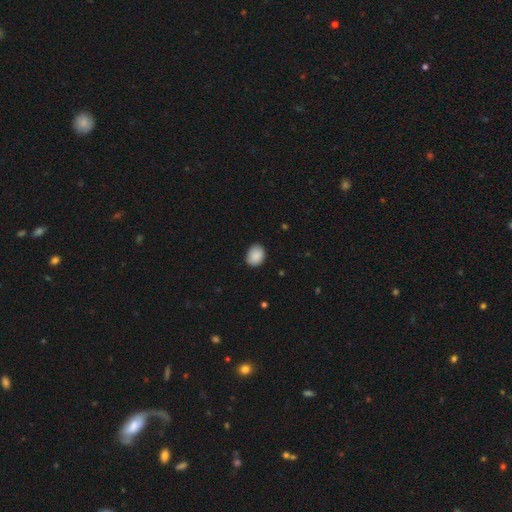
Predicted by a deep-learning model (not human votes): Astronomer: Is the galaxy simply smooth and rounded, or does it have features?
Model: smooth — 89%.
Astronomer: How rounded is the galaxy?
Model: in between — 60% (runner-up: round, 39%).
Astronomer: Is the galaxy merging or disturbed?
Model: none — 84%.